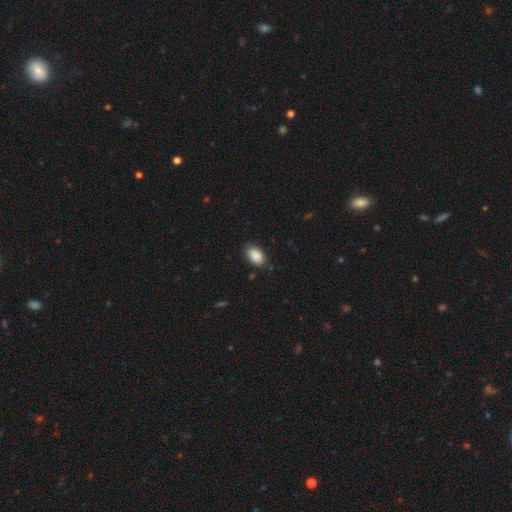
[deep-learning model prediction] A smooth galaxy with no disk features (90%) that is in between round and cigar-shaped (91%).

Vote fractions:
- Smooth or featured? smooth: 90% / star or artifact: 7% / featured or disk: 3%
- How rounded? in between: 91% / round: 8% / cigar-shaped: 1%
- Merging? none: 83% / minor disturbance: 13% / major disturbance: 3% / merger: 1%